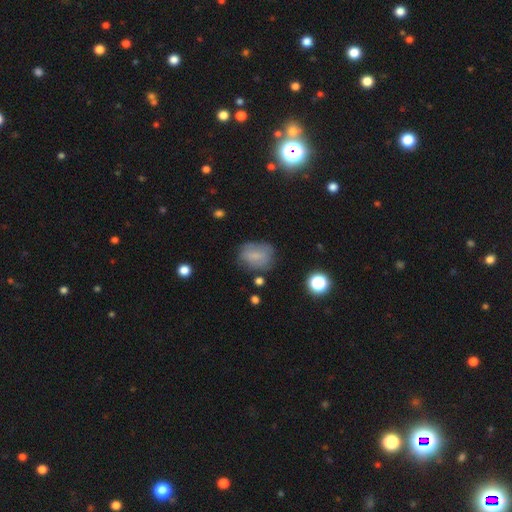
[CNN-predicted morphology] Q: Smooth or featured?
A: smooth (69%); runner-up: featured or disk (19%)
Q: How rounded?
A: in between (64%); runner-up: round (35%)
Q: Merging?
A: none (63%); runner-up: minor disturbance (25%)